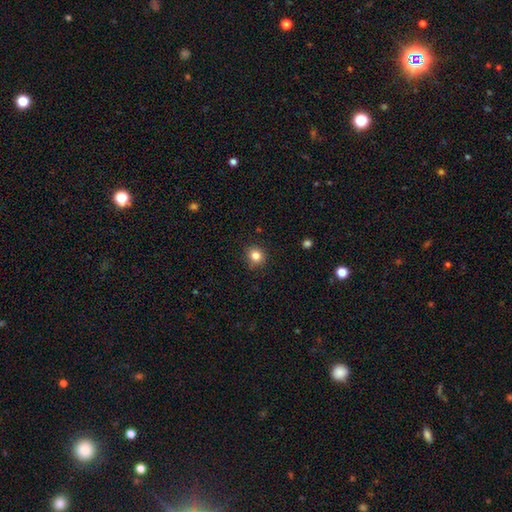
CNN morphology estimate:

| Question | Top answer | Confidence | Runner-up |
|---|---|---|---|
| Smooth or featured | smooth | 83% | star or artifact (12%) |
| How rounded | round | 87% | in between (12%) |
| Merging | none | 88% | minor disturbance (9%) |